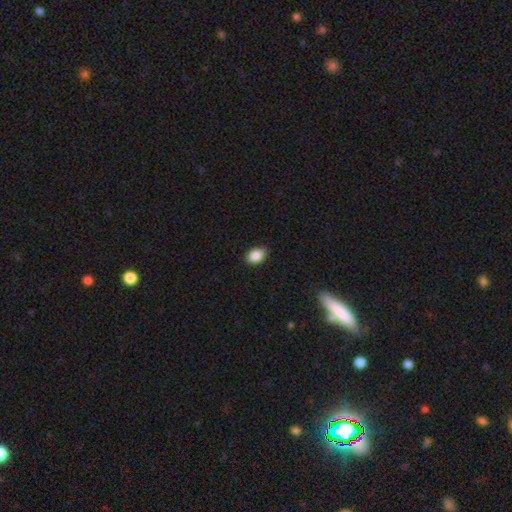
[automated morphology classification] Smooth or featured? Predicted: smooth (p=0.86). How rounded? Predicted: in between (p=0.82). Merging? Predicted: none (p=0.86).